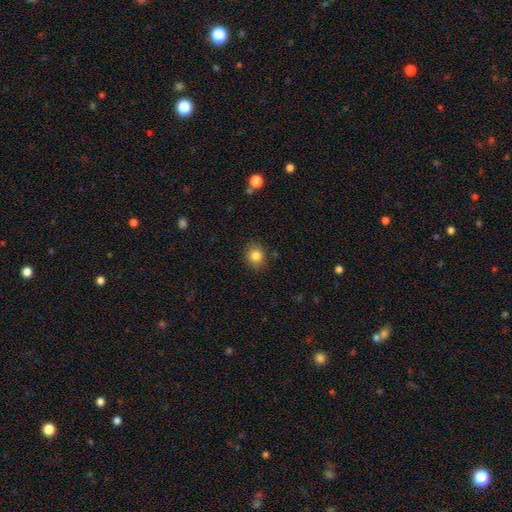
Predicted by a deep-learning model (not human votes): Morphology: type=smooth (83%); roundness=round (74%); merging=none (86%).